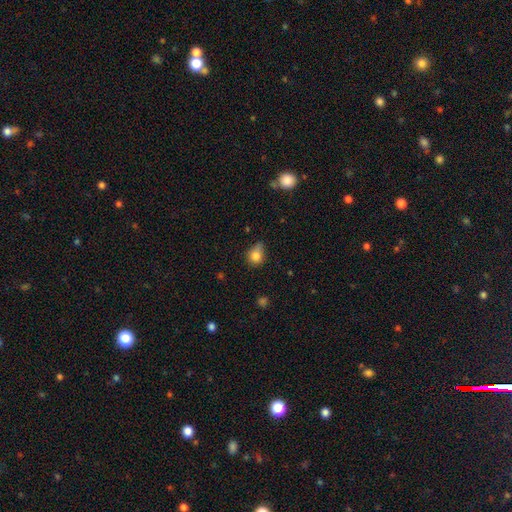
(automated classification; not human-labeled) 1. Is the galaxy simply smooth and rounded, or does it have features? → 80% smooth, 11% star or artifact, 9% featured or disk.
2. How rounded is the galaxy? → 63% round, 35% in between, 1% cigar-shaped.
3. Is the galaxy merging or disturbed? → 44% none, 39% minor disturbance, 12% major disturbance, 5% merger.